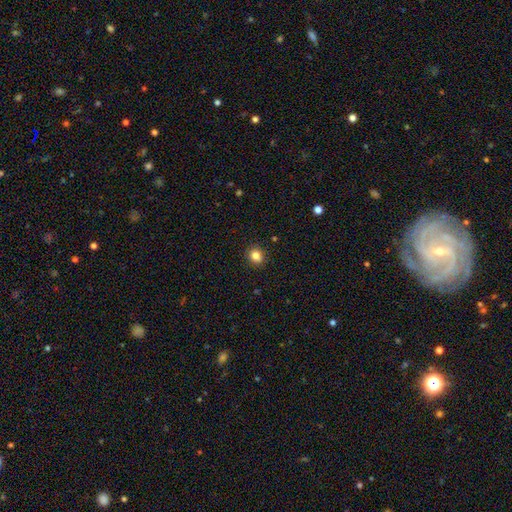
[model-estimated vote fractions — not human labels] Smooth or featured? Predicted: smooth (p=0.84). How rounded? Predicted: round (p=0.73). Merging? Predicted: none (p=0.90).